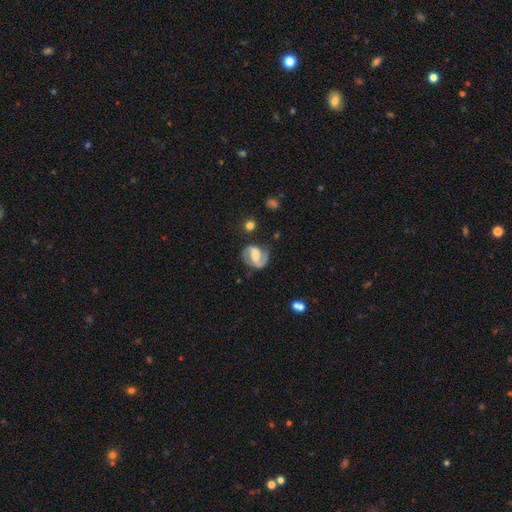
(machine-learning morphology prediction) Smooth or featured? Predicted: featured or disk (p=0.78). Edge-on disk? Predicted: no (p=0.98). Bar? Predicted: weak (p=0.42). Spiral arms? Predicted: yes (p=0.92). Spiral winding? Predicted: medium (p=0.51). Spiral arm count? Predicted: 2 (p=0.87). Bulge size? Predicted: moderate (p=0.33). Merging? Predicted: none (p=0.71).